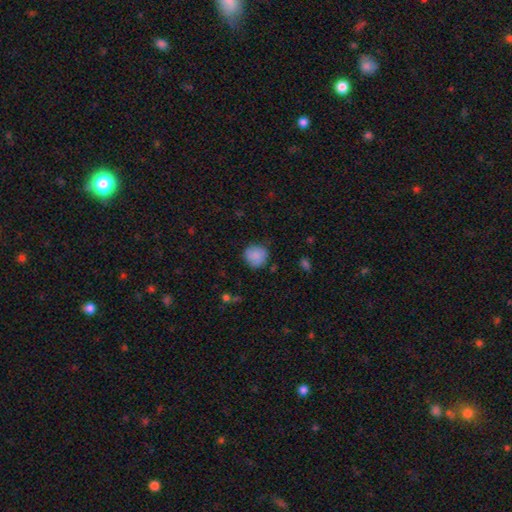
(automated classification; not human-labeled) smooth 86%, star or artifact 8%, featured or disk 6%. Down the decision tree: how rounded — round (89%); merging — none (77%).